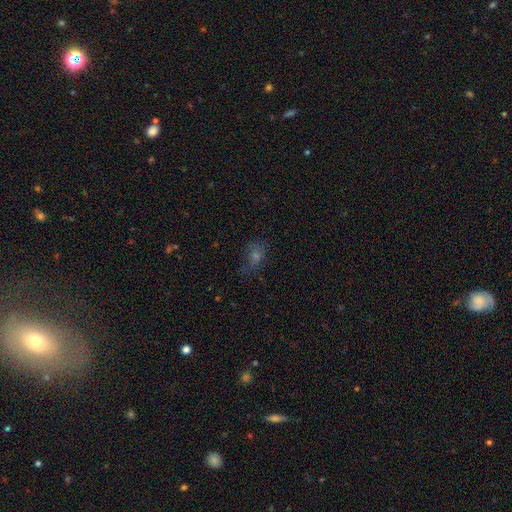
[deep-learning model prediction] Smooth or featured? Predicted: smooth (p=0.46). Merging? Predicted: none (p=0.64).